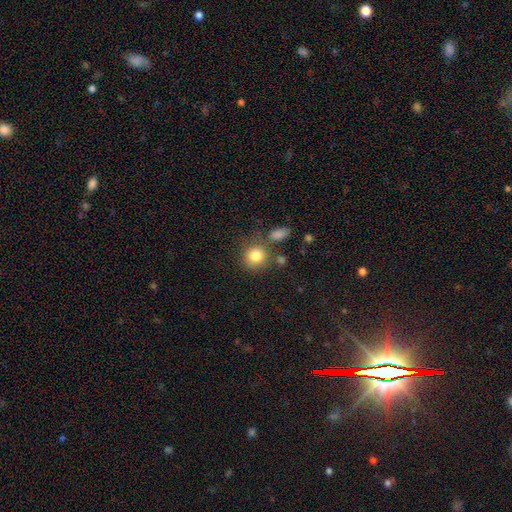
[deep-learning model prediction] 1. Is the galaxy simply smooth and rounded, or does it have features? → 83% smooth, 10% star or artifact, 7% featured or disk.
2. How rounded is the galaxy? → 85% round, 14% in between, 1% cigar-shaped.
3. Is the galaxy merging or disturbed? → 68% none, 13% minor disturbance, 13% merger, 5% major disturbance.